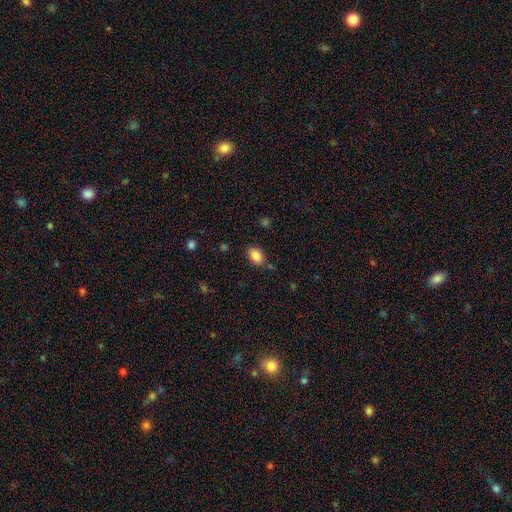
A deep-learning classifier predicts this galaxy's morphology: Q: Smooth or featured?
A: smooth (87%); runner-up: star or artifact (8%)
Q: How rounded?
A: in between (81%); runner-up: round (18%)
Q: Merging?
A: none (78%); runner-up: minor disturbance (15%)